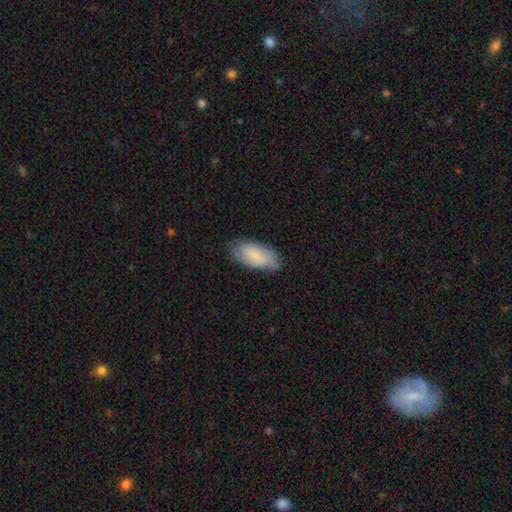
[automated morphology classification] This appears to be a smooth galaxy with no disk features (75%) that is in between round and cigar-shaped (92%). Merging: none (72%).